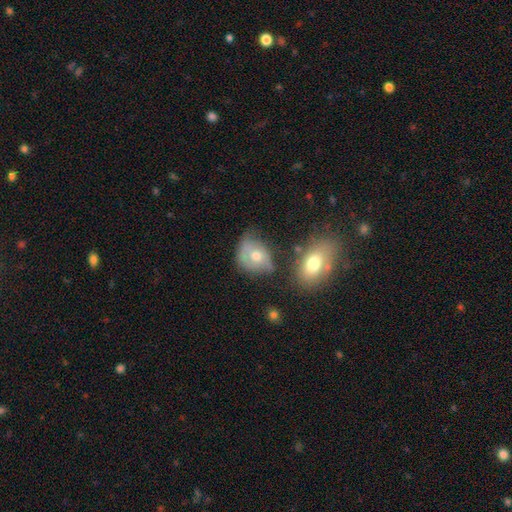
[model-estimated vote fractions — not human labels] Morphology: type=smooth (53%); roundness=in between (54%); merging=none (44%).